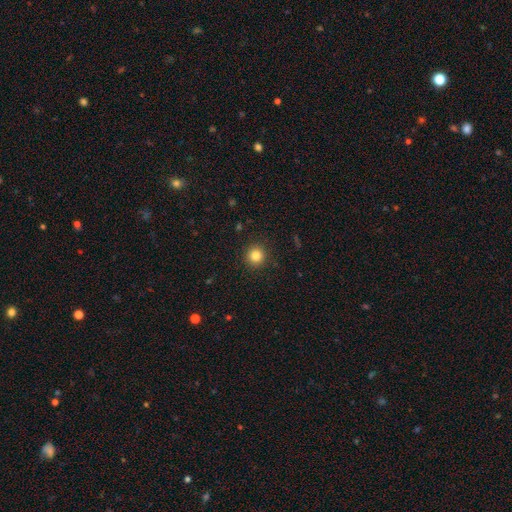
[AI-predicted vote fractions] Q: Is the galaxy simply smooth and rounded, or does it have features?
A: smooth — 83%.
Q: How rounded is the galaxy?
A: round — 94%.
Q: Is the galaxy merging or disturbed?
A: none — 92%.